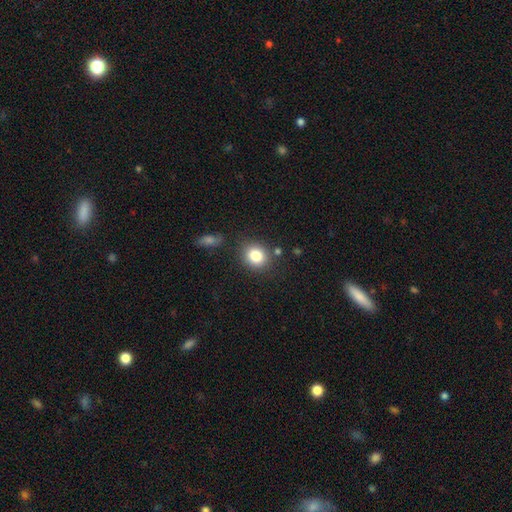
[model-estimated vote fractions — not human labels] A smooth galaxy with no disk features (82%) that is round (72%).

Vote fractions:
- Smooth or featured? smooth: 82% / star or artifact: 10% / featured or disk: 7%
- How rounded? round: 72% / in between: 27% / cigar-shaped: 1%
- Merging? none: 81% / minor disturbance: 10% / merger: 5% / major disturbance: 3%